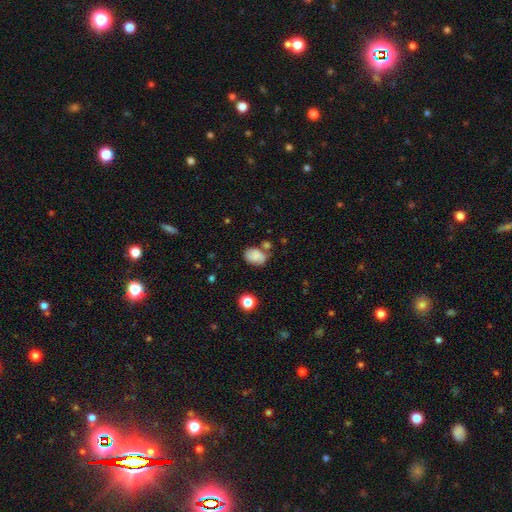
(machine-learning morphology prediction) Q: Smooth or featured?
A: smooth (75%); runner-up: featured or disk (15%)
Q: How rounded?
A: in between (67%); runner-up: round (32%)
Q: Merging?
A: none (52%); runner-up: minor disturbance (24%)